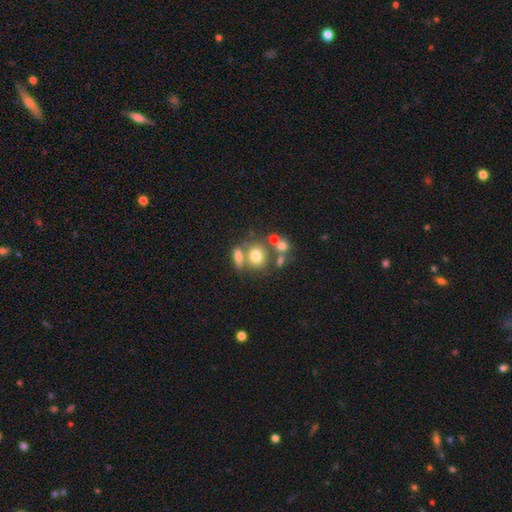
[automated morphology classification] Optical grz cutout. It shows a smooth galaxy with no disk features (70%) that is round (64%). Merging: none (48%).